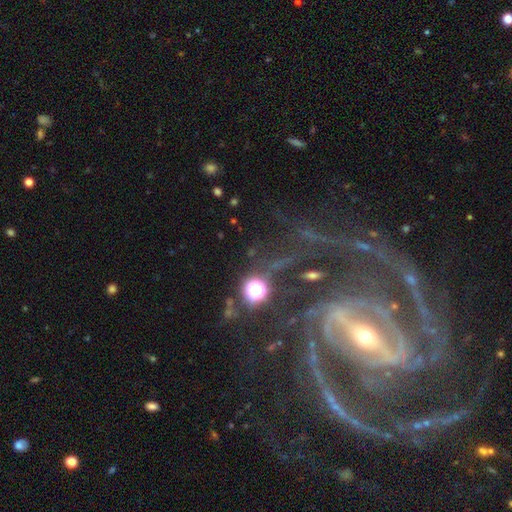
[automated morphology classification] This appears to be a featured or disk galaxy (84%) with a strong bar (70%), 2 (44%) tight (43%, tied with medium) spiral arms (94%) and a small central bulge (60%). Merging: none (61%).